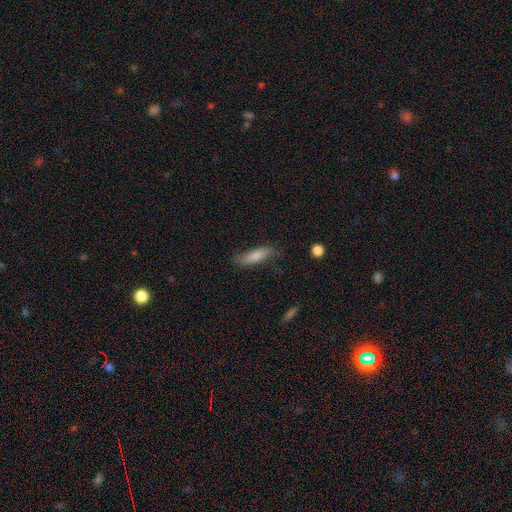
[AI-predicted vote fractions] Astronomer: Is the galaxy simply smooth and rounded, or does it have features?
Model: smooth — 60%.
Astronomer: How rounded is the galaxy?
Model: cigar-shaped — 76%.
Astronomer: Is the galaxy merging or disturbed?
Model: none — 81%.